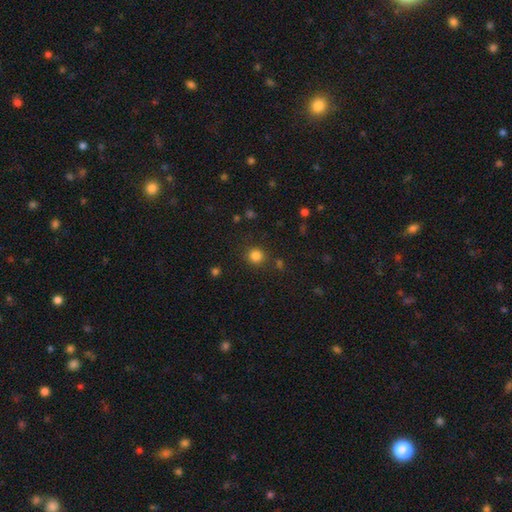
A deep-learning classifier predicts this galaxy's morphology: This is clearly a smooth galaxy (82%). How rounded: clearly round (91%). Merging: clearly none (87%).